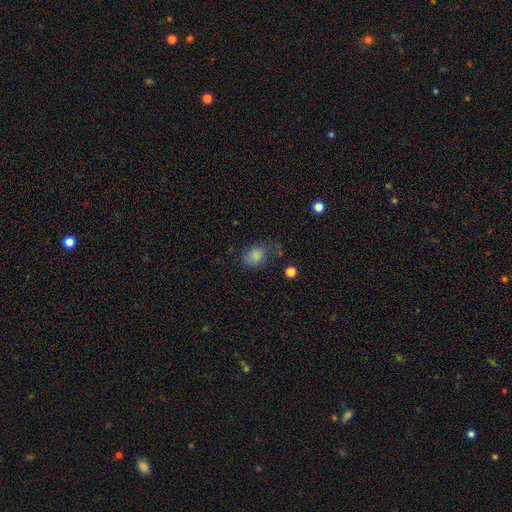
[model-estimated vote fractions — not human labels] smooth 82%, star or artifact 11%, featured or disk 7%. Down the decision tree: how rounded — in between (53%); merging — none (57%).